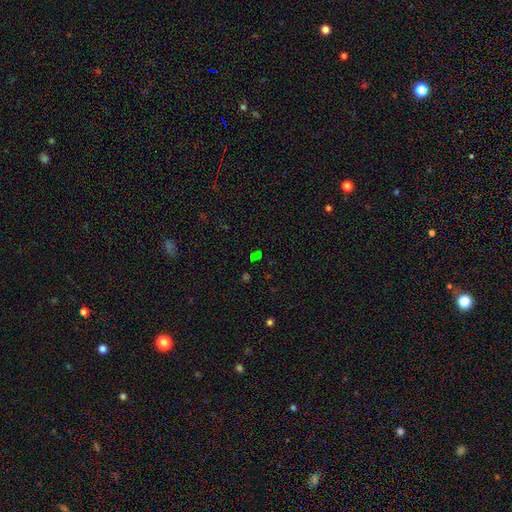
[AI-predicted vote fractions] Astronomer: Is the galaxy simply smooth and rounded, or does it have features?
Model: star or artifact — 60%.